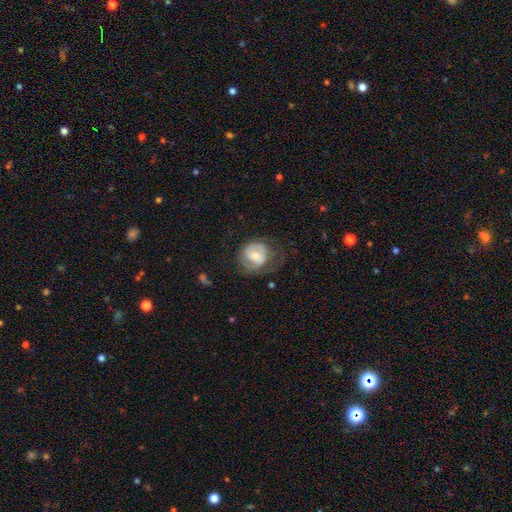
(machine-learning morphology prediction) smooth 51%, featured or disk 42%, star or artifact 7%. Down the decision tree: how rounded — round (73%); merging — none (43%).